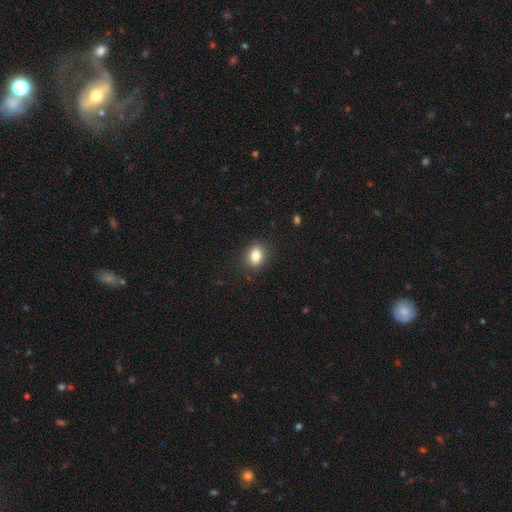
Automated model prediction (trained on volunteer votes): The model was most divided on "how rounded": in between: 57%, round: 42%, cigar-shaped: 1%. More confident: merging — none (86%); smooth or featured — smooth (84%).